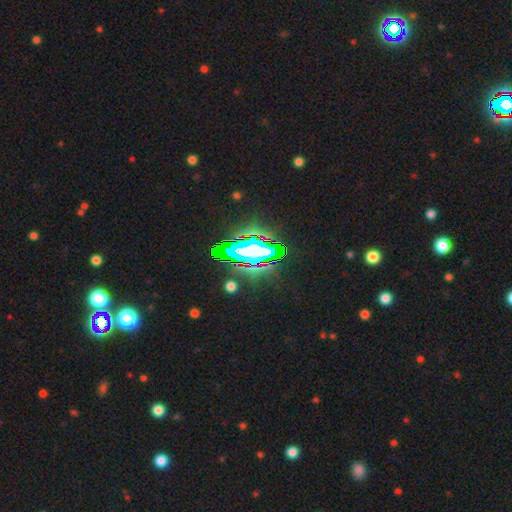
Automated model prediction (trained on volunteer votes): Smooth or featured: star or artifact — 80% (smooth — 10%)